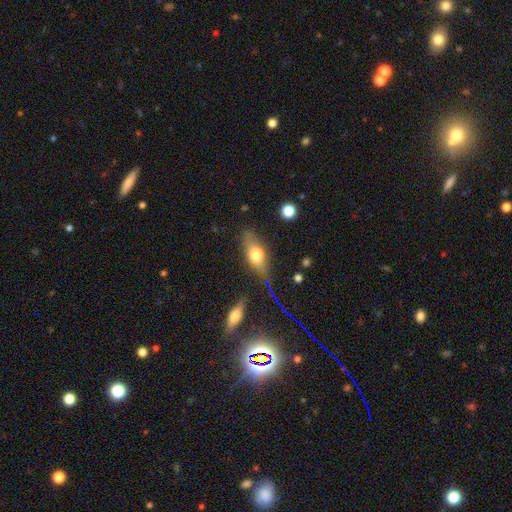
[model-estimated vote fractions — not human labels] Smooth or featured? Predicted: smooth (p=0.63). How rounded? Predicted: in between (p=0.77). Merging? Predicted: none (p=0.76).